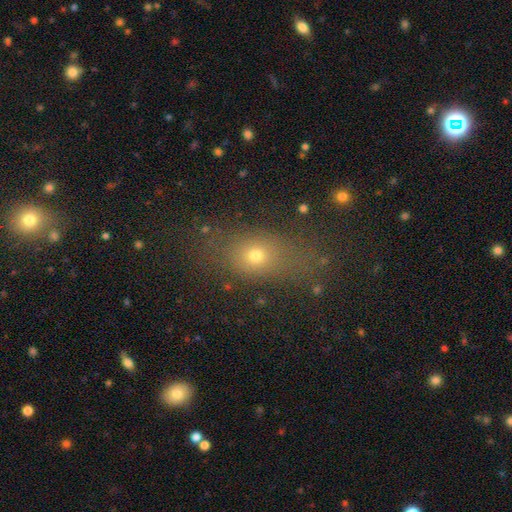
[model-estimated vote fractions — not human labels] Morphology: type=smooth (66%); roundness=in between (60%); merging=none (67%).